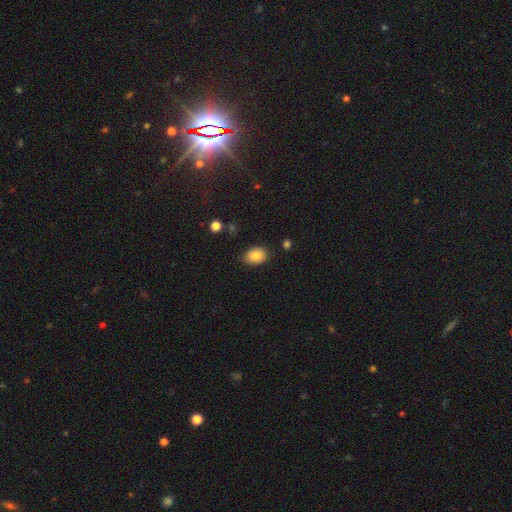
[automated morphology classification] Smooth or featured: smooth — 84% (star or artifact — 9%)
How rounded: in between — 74% (round — 25%)
Merging: none — 80% (minor disturbance — 15%)